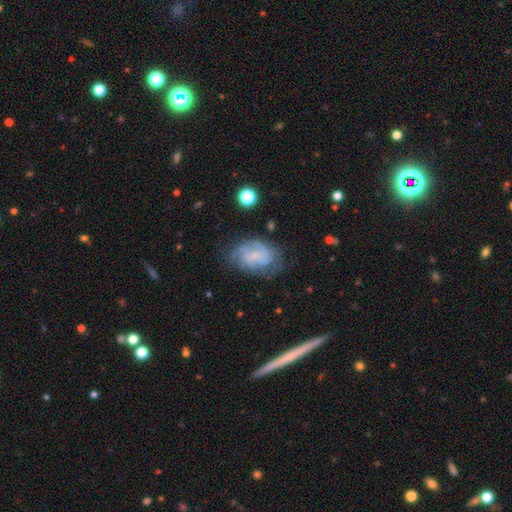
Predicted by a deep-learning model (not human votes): This appears to be a featured or disk galaxy (69%) with no bar (60%), tight (46%) spiral arms (89%) and a small central bulge (56%). Merging: none (61%).